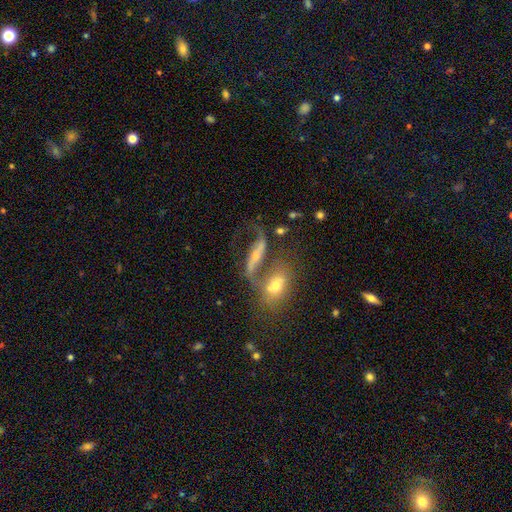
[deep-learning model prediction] Q: Smooth or featured?
A: featured or disk (75%); runner-up: smooth (16%)
Q: Edge-on disk?
A: no (84%); runner-up: yes (16%)
Q: Bar?
A: strong (36%); tied with: no (36%)
Q: Spiral arms?
A: yes (84%); runner-up: no (16%)
Q: Spiral winding?
A: loose (75%); runner-up: medium (18%)
Q: Spiral arm count?
A: 2 (85%); runner-up: 1 (7%)
Q: Bulge size?
A: small (53%); runner-up: moderate (38%)
Q: Merging?
A: merger (44%); runner-up: none (32%)